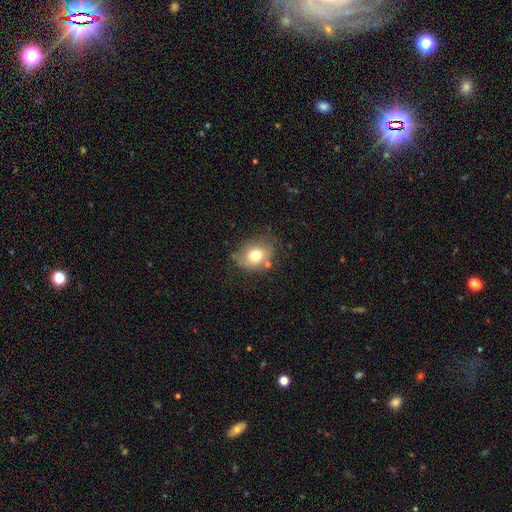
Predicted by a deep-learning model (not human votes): Overall: smooth (72%). How rounded: in between (54%; round 45%). Merging: none (66%).